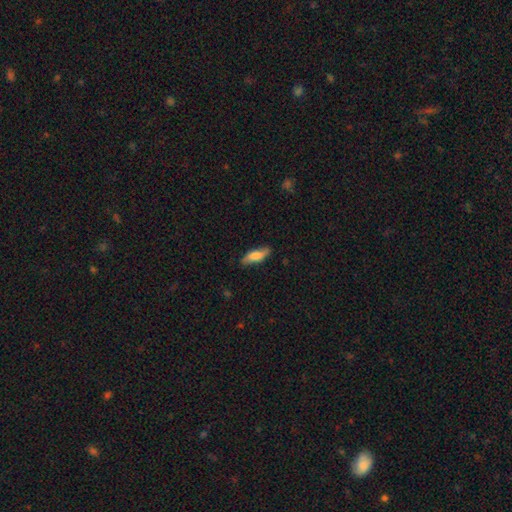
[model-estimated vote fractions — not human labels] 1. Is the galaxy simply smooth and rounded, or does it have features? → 73% smooth, 21% featured or disk, 6% star or artifact.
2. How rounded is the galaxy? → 55% in between, 43% cigar-shaped, 2% round.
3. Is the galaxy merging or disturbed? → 79% none, 16% minor disturbance, 3% major disturbance, 1% merger.